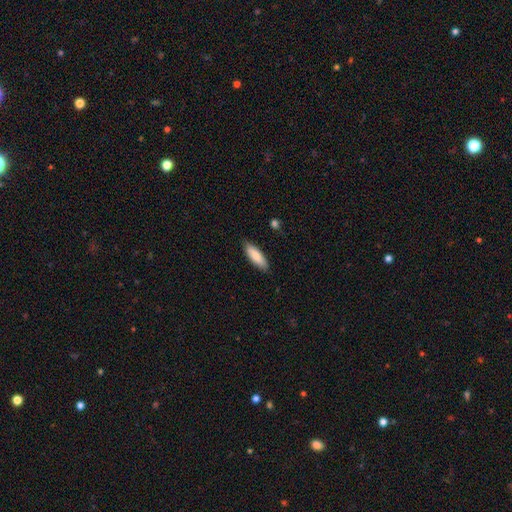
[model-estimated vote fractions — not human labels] A smooth galaxy with no disk features (84%) that is in between round and cigar-shaped (58%). Merging: none (87%).